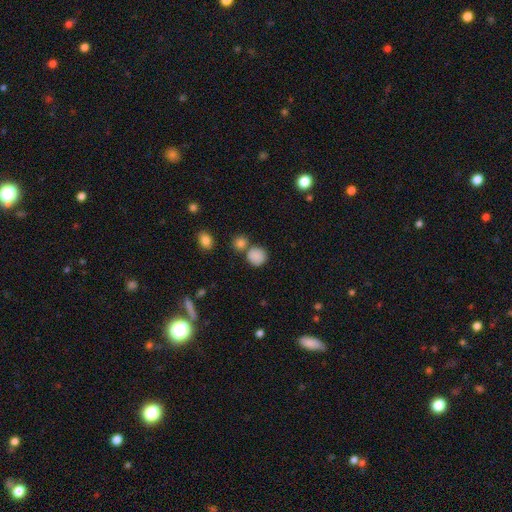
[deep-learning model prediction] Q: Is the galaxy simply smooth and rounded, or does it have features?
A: smooth — 85%.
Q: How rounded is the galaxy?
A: round — 85%.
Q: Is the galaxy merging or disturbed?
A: none — 65%.